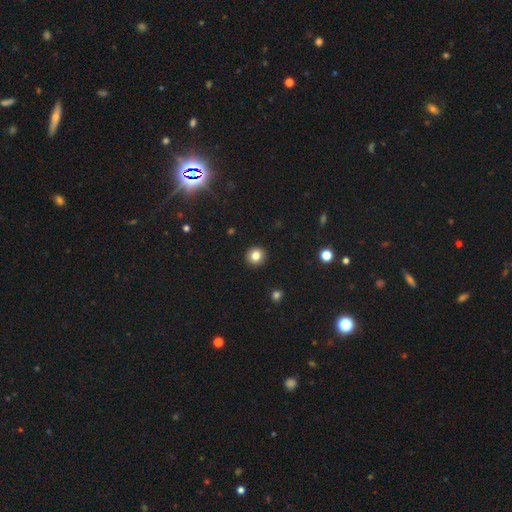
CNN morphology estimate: Q: Smooth or featured?
A: smooth (82%); runner-up: star or artifact (11%)
Q: How rounded?
A: round (93%); runner-up: in between (6%)
Q: Merging?
A: none (93%); runner-up: minor disturbance (4%)